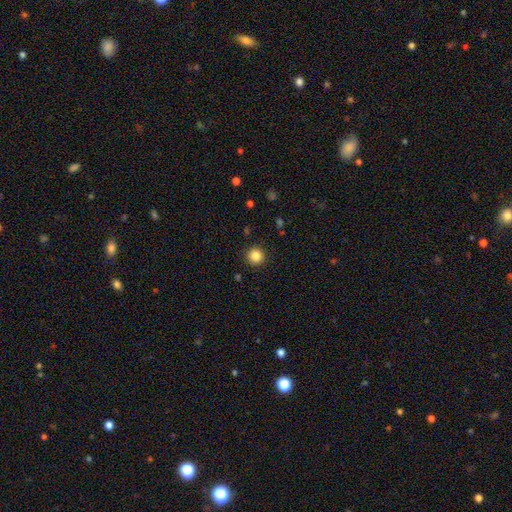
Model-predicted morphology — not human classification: This appears to be a smooth galaxy with no disk features (85%) that is round (95%). Merging: none (92%).